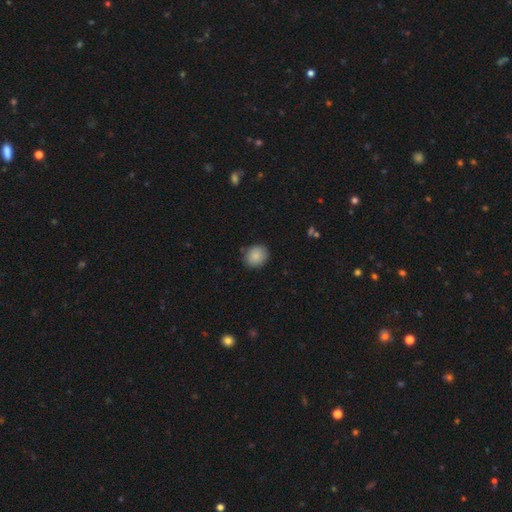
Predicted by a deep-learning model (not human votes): This appears to be a smooth galaxy with no disk features (87%) that is round (75%). Merging: none (85%).